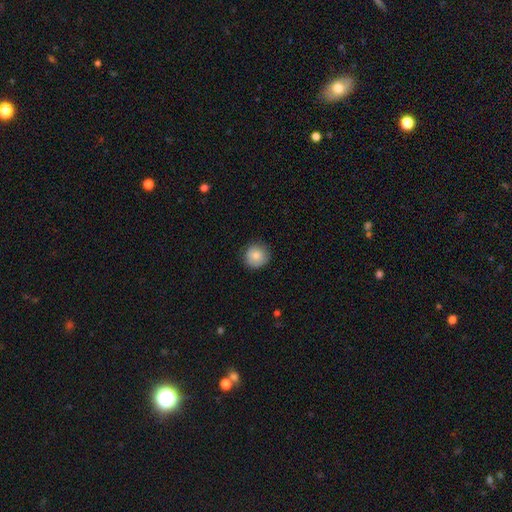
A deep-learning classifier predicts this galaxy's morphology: Smooth or featured? Predicted: smooth (p=0.81). How rounded? Predicted: round (p=0.92). Merging? Predicted: none (p=0.82).